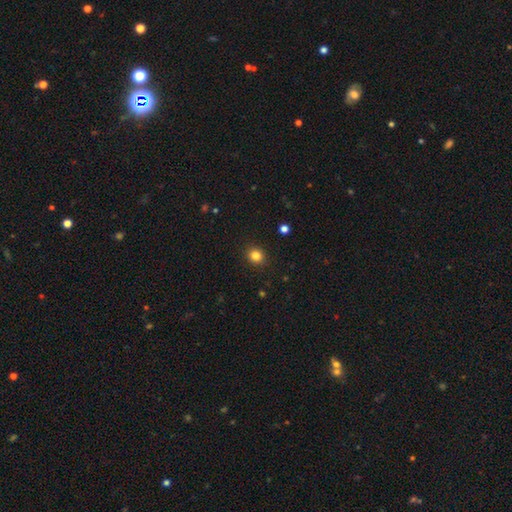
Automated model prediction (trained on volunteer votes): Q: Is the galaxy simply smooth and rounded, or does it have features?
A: smooth — 83%.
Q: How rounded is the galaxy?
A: round — 85%.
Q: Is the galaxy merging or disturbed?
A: none — 92%.